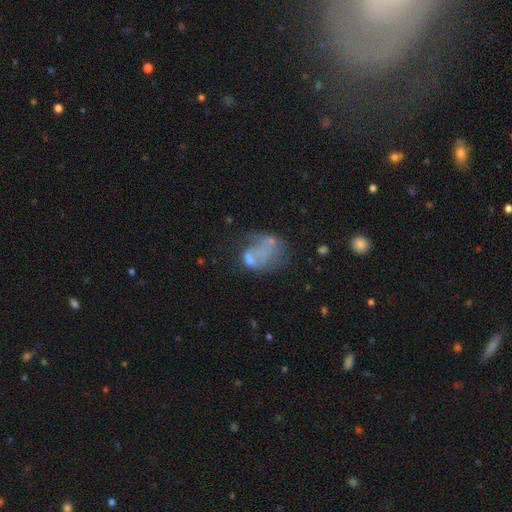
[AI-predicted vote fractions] This is possibly a featured or disk galaxy (48%). Merging: marginally major disturbance (34%).